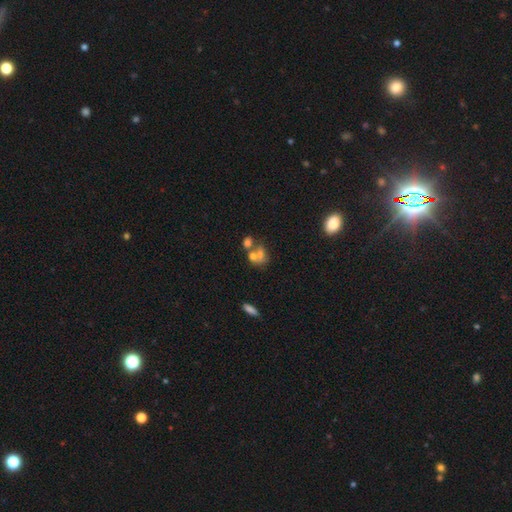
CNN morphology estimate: Smooth or featured? smooth (59%)
How rounded? in between (54%)
Merging? merger (57%)